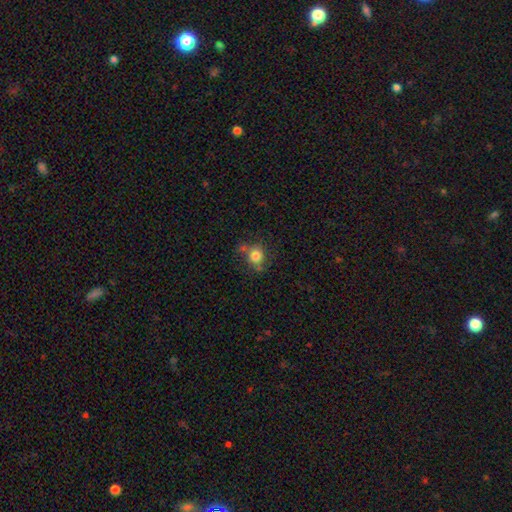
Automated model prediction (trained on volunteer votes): Smooth or featured? Predicted: smooth (p=0.79). How rounded? Predicted: round (p=0.81). Merging? Predicted: none (p=0.62).